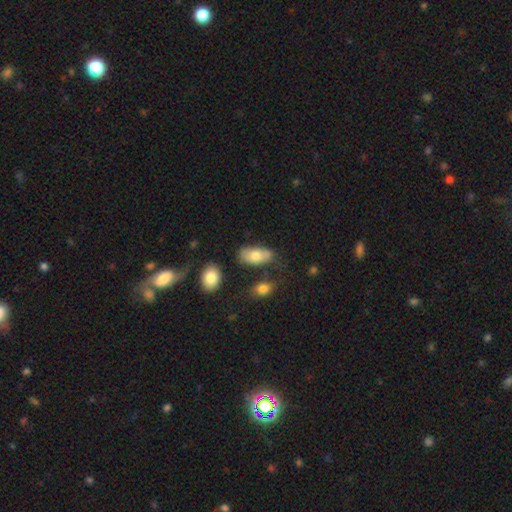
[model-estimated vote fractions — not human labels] Smooth or featured?
  - smooth: 74% *
  - featured or disk: 19%
  - star or artifact: 7%
How rounded?
  - in between: 91% *
  - cigar-shaped: 5%
  - round: 4%
Merging?
  - none: 61% *
  - minor disturbance: 23%
  - merger: 9%
  - major disturbance: 7%